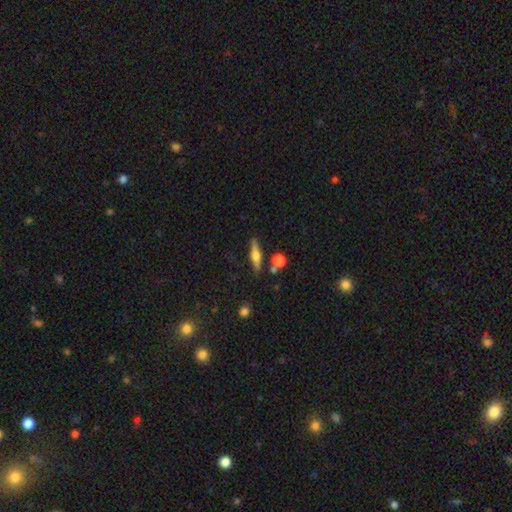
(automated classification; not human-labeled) This is possibly a featured or disk galaxy (57%). It is clearly viewed edge-on (95%). Edge-on bulge: clearly rounded (91%). Merging: clearly none (80%).